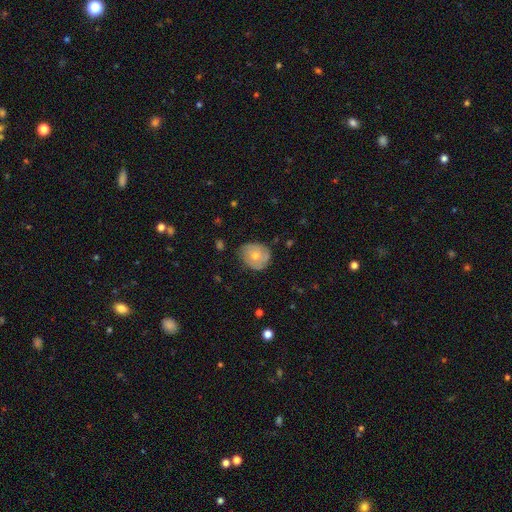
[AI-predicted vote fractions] This appears to be a smooth galaxy with no disk features (58%) that is round (74%). Merging: none (68%).